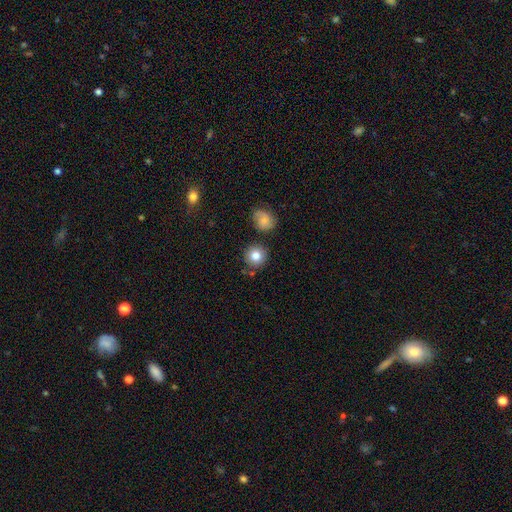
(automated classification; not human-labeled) Overall: smooth (82%). How rounded: round (92%). Merging: none (80%).